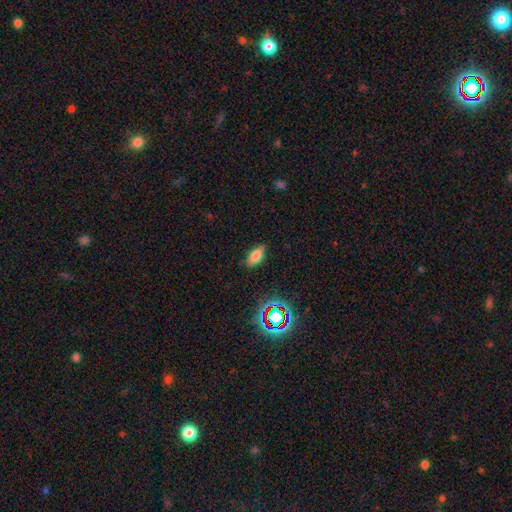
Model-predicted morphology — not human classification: The model was most divided on "smooth or featured": smooth: 75%, star or artifact: 13%, featured or disk: 12%. More confident: how rounded — in between (85%); merging — none (83%).